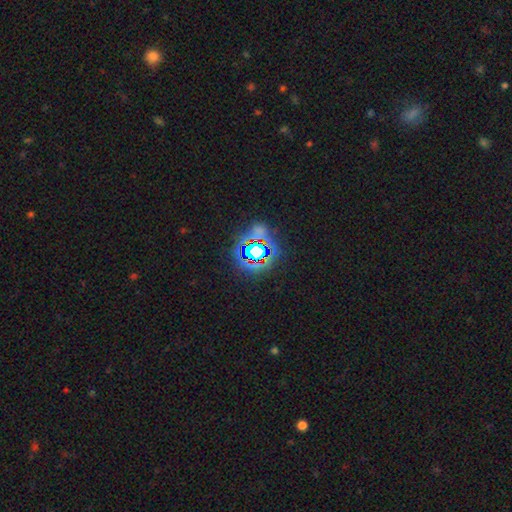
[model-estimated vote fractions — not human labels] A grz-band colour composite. It shows a star or artifact, not a galaxy (72%).